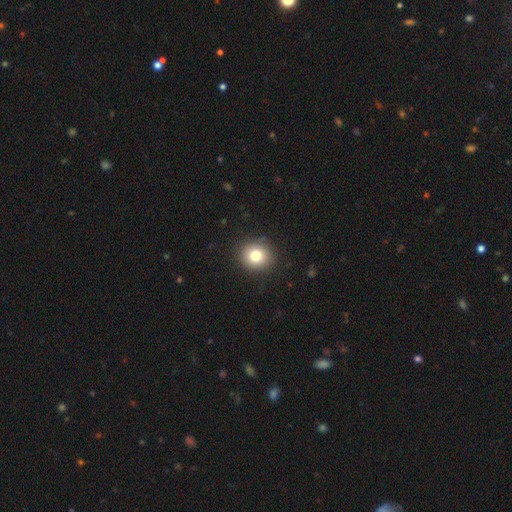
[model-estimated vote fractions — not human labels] Morphology: type=smooth (79%); roundness=round (82%); merging=none (89%).